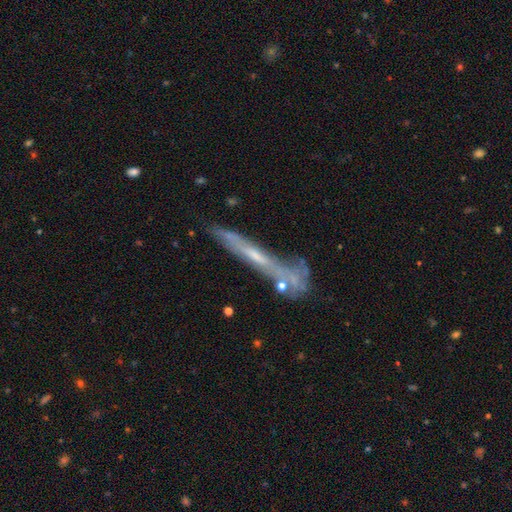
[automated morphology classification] type=featured or disk (66%); edge-on=yes (82%); edge-on bulge=rounded (51%); merging=none (53%).